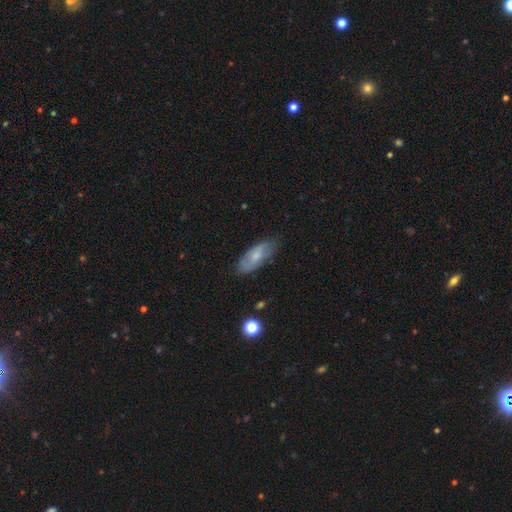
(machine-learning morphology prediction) Smooth or featured?
  - smooth: 62% *
  - featured or disk: 31%
  - star or artifact: 7%
How rounded?
  - in between: 78% *
  - cigar-shaped: 19%
  - round: 3%
Merging?
  - none: 76% *
  - minor disturbance: 19%
  - major disturbance: 4%
  - merger: 1%